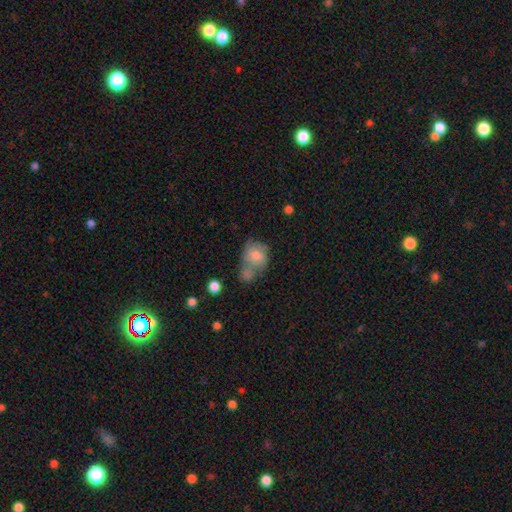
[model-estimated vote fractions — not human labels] Morphology: type=smooth (70%); roundness=in between (53%); merging=merger (46%).